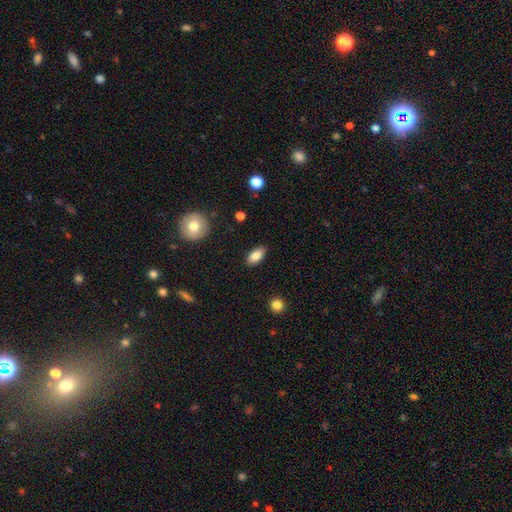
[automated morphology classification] This appears to be a smooth galaxy with no disk features (83%) that is in between round and cigar-shaped (90%). Merging: none (86%).